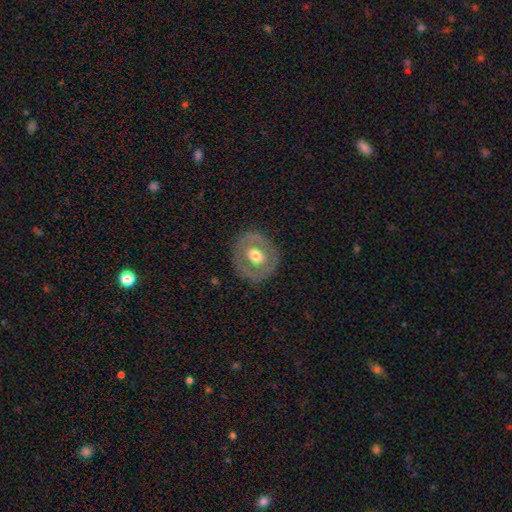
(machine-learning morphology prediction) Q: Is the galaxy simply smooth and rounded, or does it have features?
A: smooth — 47%.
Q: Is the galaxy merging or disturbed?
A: none — 83%.